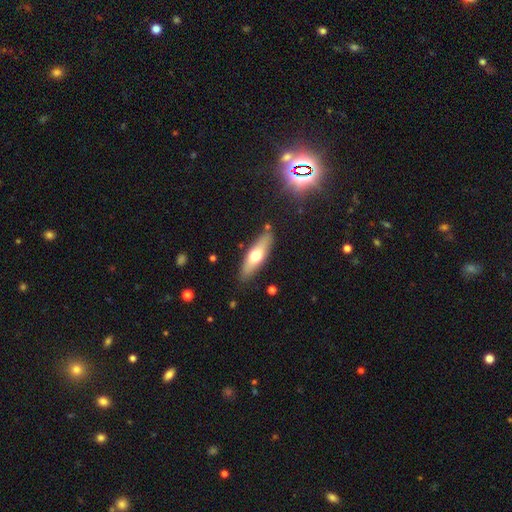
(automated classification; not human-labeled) smooth 54%, featured or disk 40%, star or artifact 6%. Down the decision tree: how rounded — cigar-shaped (57%); merging — none (85%).